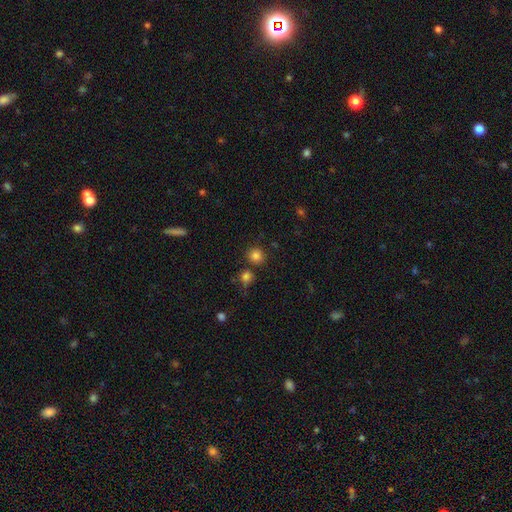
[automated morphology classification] smooth 82%, star or artifact 13%, featured or disk 5%. Down the decision tree: how rounded — round (89%); merging — none (79%).